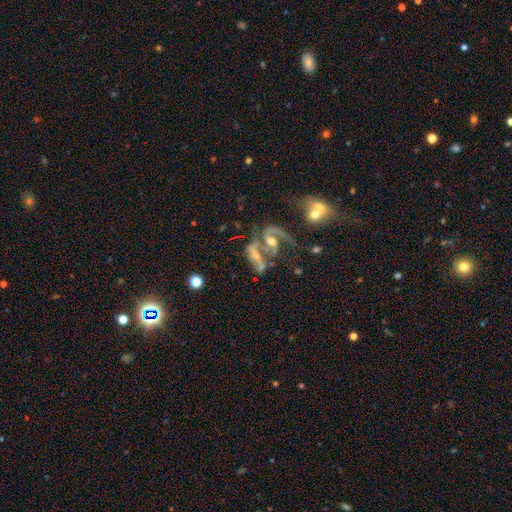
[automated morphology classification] A featured or disk galaxy (70%) with no bar (49%), spiral arms (76%) and a moderate central bulge (49%). Merging: merger (56%).